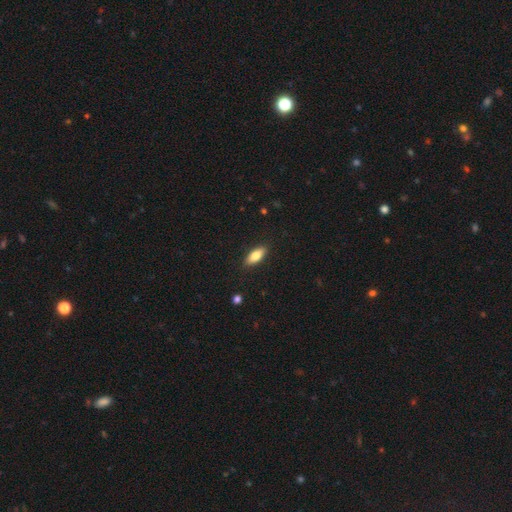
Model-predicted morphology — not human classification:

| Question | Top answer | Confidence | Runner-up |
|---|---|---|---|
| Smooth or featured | smooth | 75% | featured or disk (19%) |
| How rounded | in between | 73% | cigar-shaped (25%) |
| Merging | none | 88% | minor disturbance (9%) |